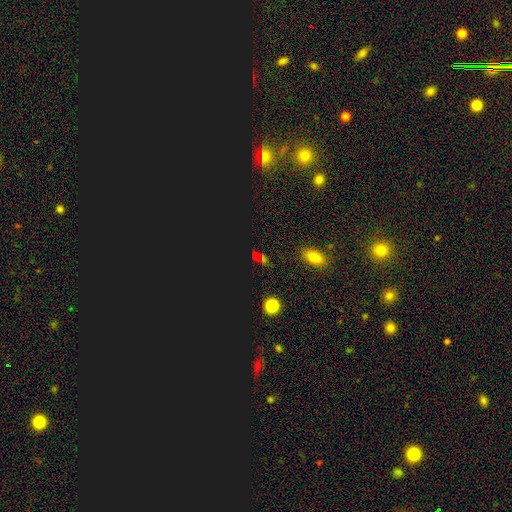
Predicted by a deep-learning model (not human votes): Smooth or featured? Predicted: star or artifact (p=0.62).